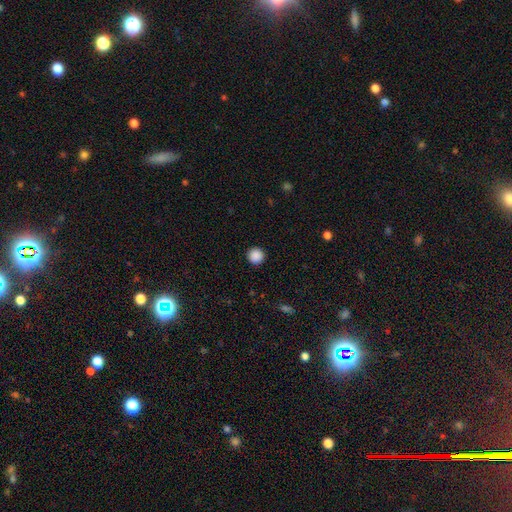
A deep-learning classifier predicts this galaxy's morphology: This is clearly a smooth galaxy (88%). How rounded: clearly round (96%). Merging: clearly none (93%).